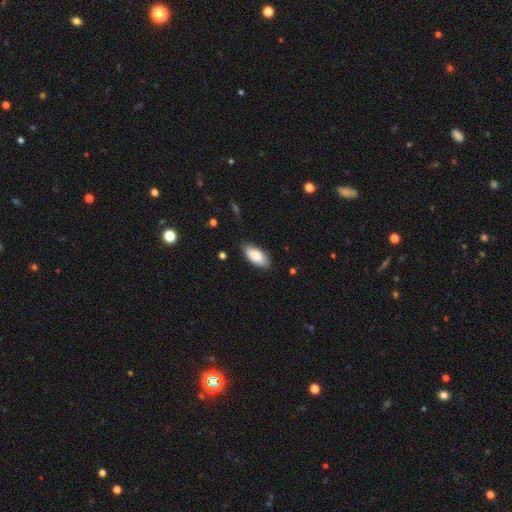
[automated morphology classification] Smooth or featured: smooth — 87% (featured or disk — 8%)
How rounded: in between — 89% (cigar-shaped — 9%)
Merging: none — 82% (minor disturbance — 14%)